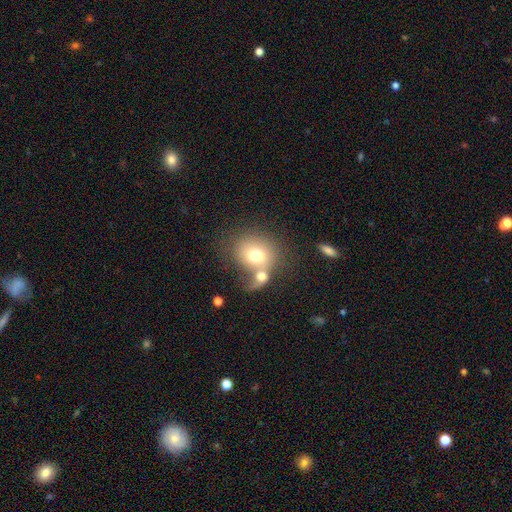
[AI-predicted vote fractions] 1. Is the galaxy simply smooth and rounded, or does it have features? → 69% smooth, 21% featured or disk, 10% star or artifact.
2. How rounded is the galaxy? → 70% round, 29% in between, 1% cigar-shaped.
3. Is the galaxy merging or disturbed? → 46% merger, 34% none, 11% minor disturbance, 9% major disturbance.